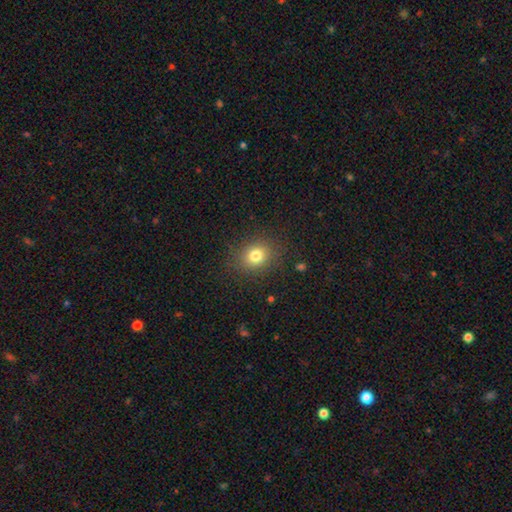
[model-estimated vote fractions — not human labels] Overall: smooth (79%). How rounded: round (66%; in between 34%). Merging: none (86%).